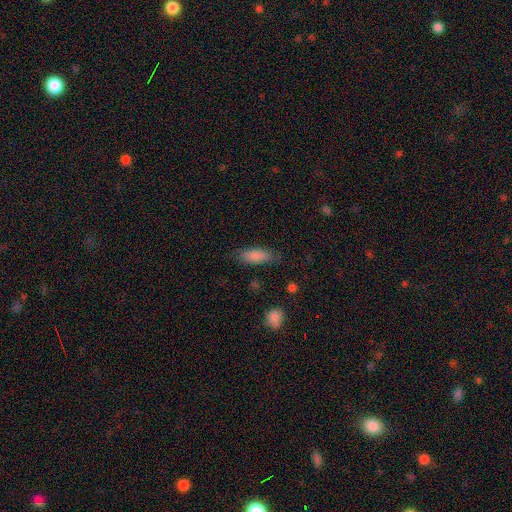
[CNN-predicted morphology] smooth-or-featured: smooth: 84% | featured or disk: 9% | star or artifact: 7%
  how-rounded: in between: 66% | cigar-shaped: 32% | round: 2%
  merging: none: 80% | minor disturbance: 15% | major disturbance: 4% | merger: 2%